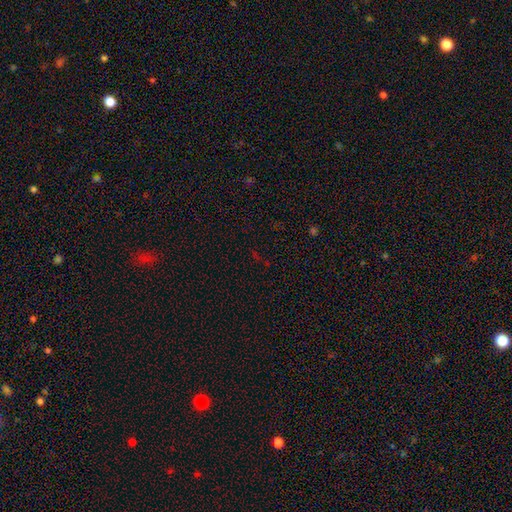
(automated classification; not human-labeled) Smooth or featured? Predicted: star or artifact (p=0.67).